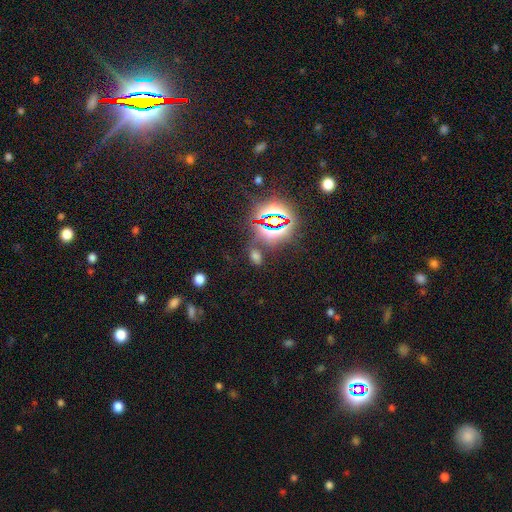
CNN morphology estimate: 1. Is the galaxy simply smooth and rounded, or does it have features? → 52% star or artifact, 38% smooth, 10% featured or disk.